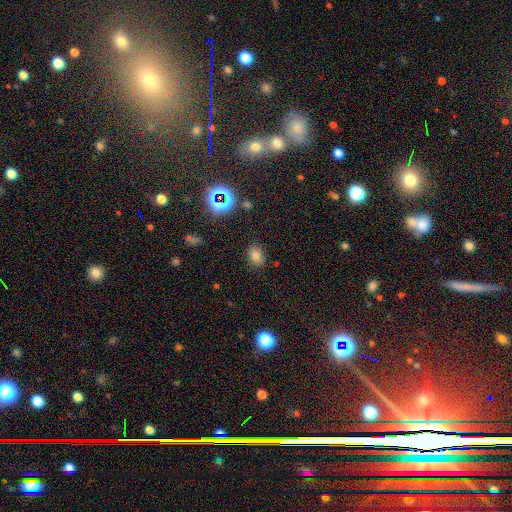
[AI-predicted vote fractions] Smooth or featured?
  - smooth: 72% *
  - star or artifact: 19%
  - featured or disk: 9%
How rounded?
  - in between: 60% *
  - round: 39%
  - cigar-shaped: 1%
Merging?
  - none: 84% *
  - minor disturbance: 11%
  - major disturbance: 3%
  - merger: 2%